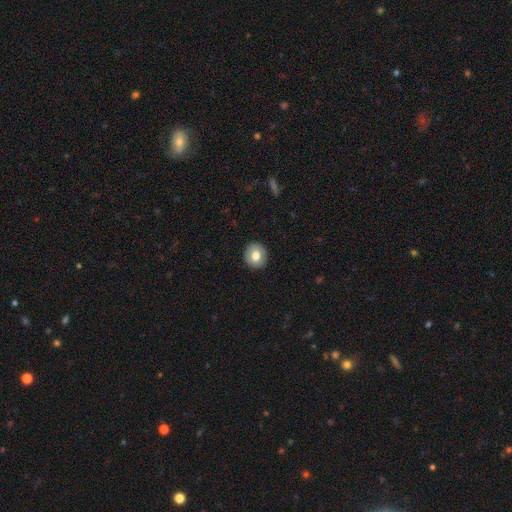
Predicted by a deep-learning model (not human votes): This appears to be a smooth galaxy with no disk features (70%) that is round (85%). Merging: none (90%).